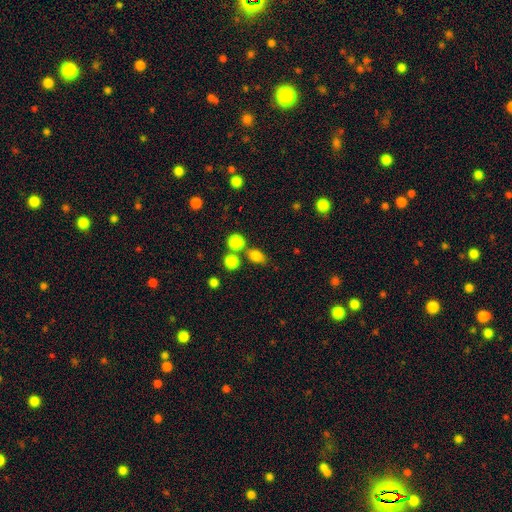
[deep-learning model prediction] The model was most divided on "how rounded": in between: 57%, round: 41%, cigar-shaped: 2%. More confident: smooth or featured — smooth (81%); merging — none (63%).